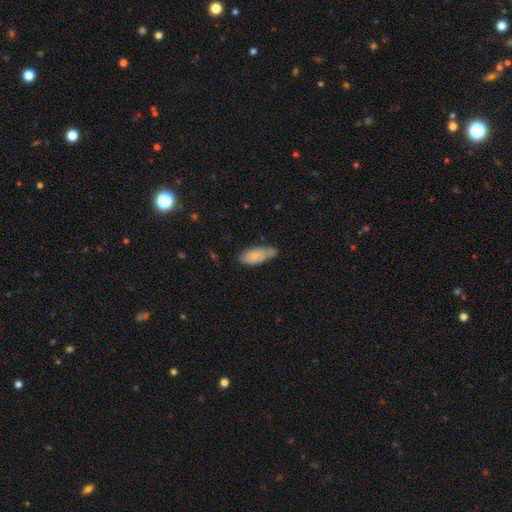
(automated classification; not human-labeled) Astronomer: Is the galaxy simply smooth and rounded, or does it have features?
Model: smooth — 76%.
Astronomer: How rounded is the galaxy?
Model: in between — 85%.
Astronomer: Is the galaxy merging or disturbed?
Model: none — 48% (runner-up: minor disturbance, 34%).